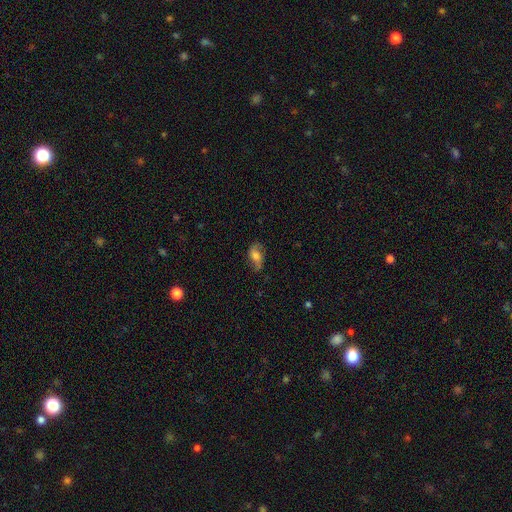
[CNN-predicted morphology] This is possibly a smooth galaxy (51%). How rounded: clearly in between (85%). Merging: likely none (63%).